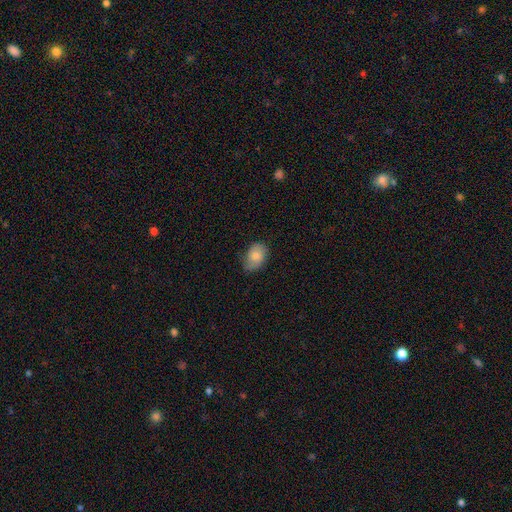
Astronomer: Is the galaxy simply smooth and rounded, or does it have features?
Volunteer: smooth — 77%.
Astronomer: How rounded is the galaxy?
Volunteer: in between — 83%.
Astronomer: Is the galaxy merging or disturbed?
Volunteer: none — 62%.